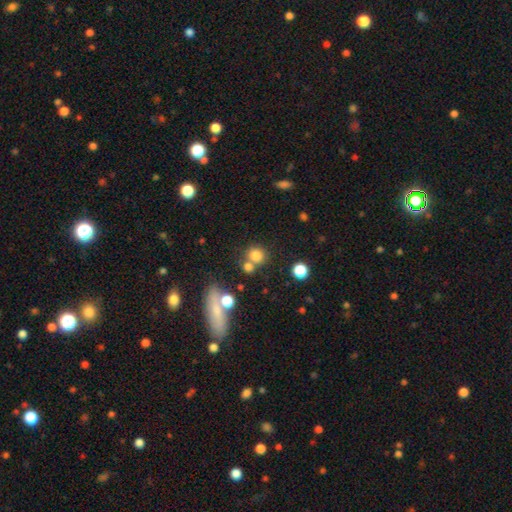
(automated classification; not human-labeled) Overall: smooth (78%). How rounded: round (85%). Merging: none (58%; merger 27%).